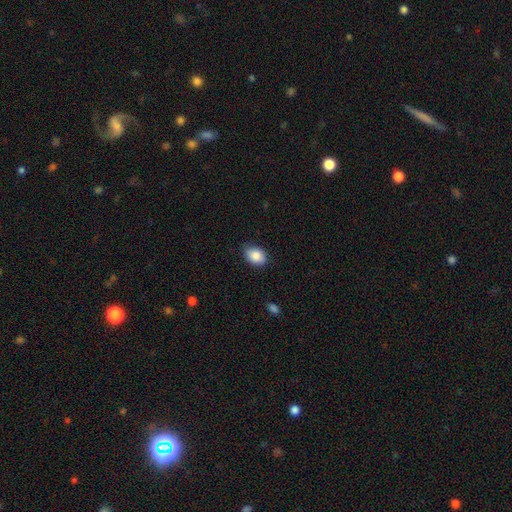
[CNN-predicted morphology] This is clearly a smooth galaxy (87%). How rounded: likely in between (77%). Merging: clearly none (82%).